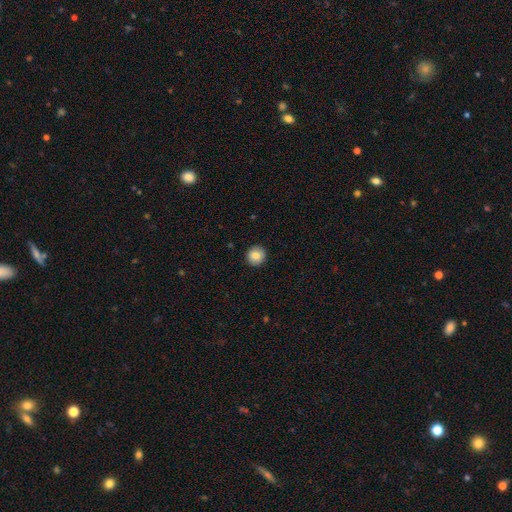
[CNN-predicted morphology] smooth_or_featured: smooth (p=0.83) [alt: star or artifact p=0.08]
how_rounded: round (p=0.91) [alt: in between p=0.09]
merging: none (p=0.91) [alt: minor disturbance p=0.06]